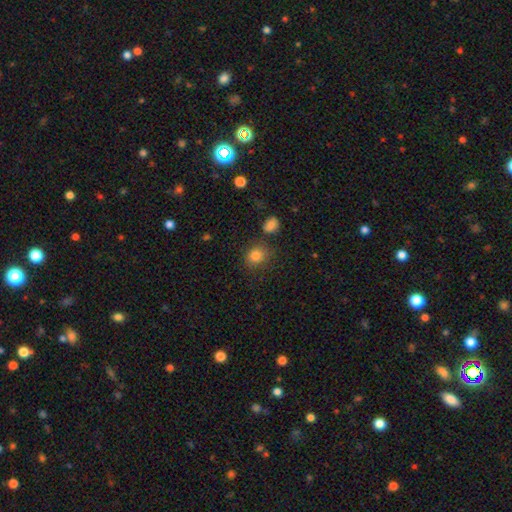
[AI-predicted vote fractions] Smooth or featured?
  - smooth: 83% *
  - star or artifact: 12%
  - featured or disk: 6%
How rounded?
  - round: 72% *
  - in between: 27%
  - cigar-shaped: 1%
Merging?
  - none: 73% *
  - minor disturbance: 15%
  - merger: 6%
  - major disturbance: 5%